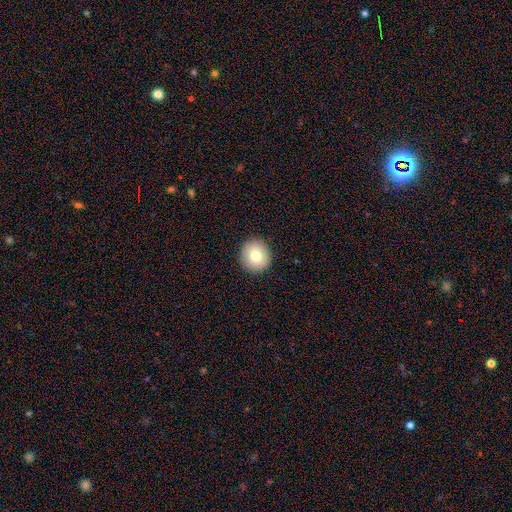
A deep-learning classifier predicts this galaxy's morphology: This is likely a smooth galaxy (79%). How rounded: clearly round (89%). Merging: clearly none (92%).